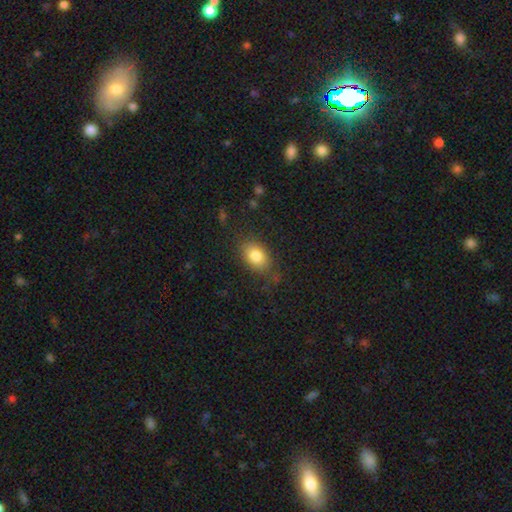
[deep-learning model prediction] Overall: smooth (82%). How rounded: in between (82%). Merging: none (74%).